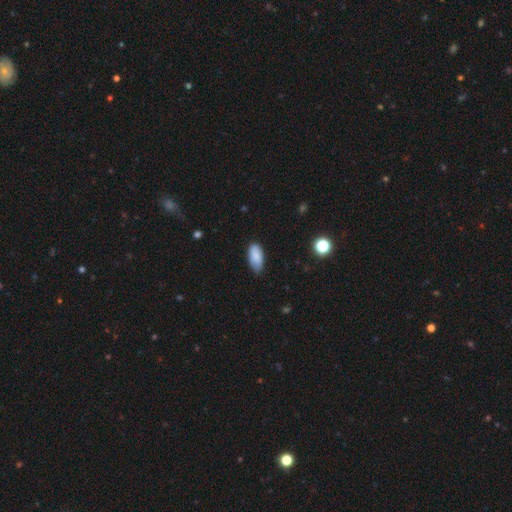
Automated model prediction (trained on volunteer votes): Smooth or featured? smooth (87%)
How rounded? in between (91%)
Merging? none (76%)